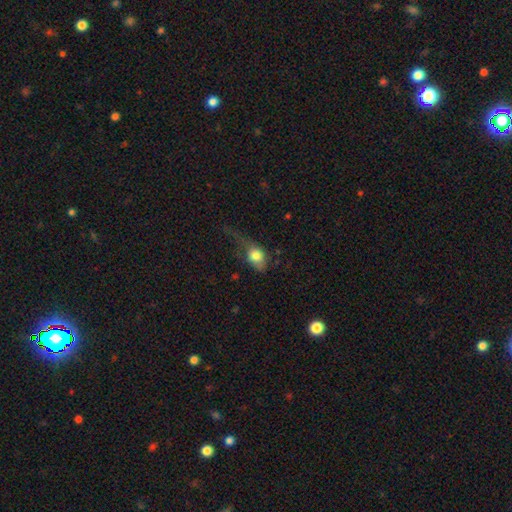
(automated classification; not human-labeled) This appears to be a smooth galaxy with no disk features (76%) that is in between round and cigar-shaped (68%). Merging: major disturbance (49%).